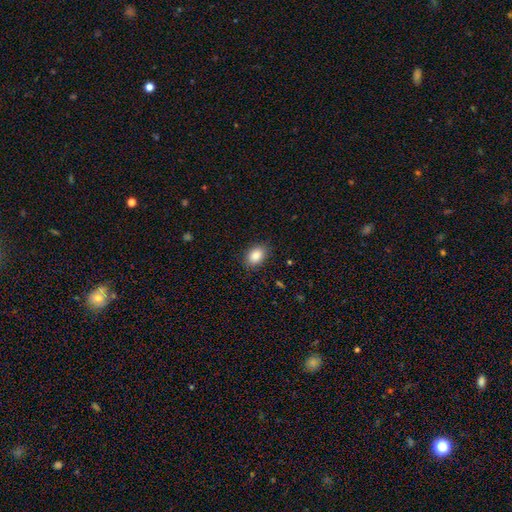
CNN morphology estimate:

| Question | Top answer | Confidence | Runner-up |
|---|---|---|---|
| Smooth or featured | smooth | 87% | star or artifact (8%) |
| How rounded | in between | 77% | round (22%) |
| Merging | none | 87% | minor disturbance (10%) |